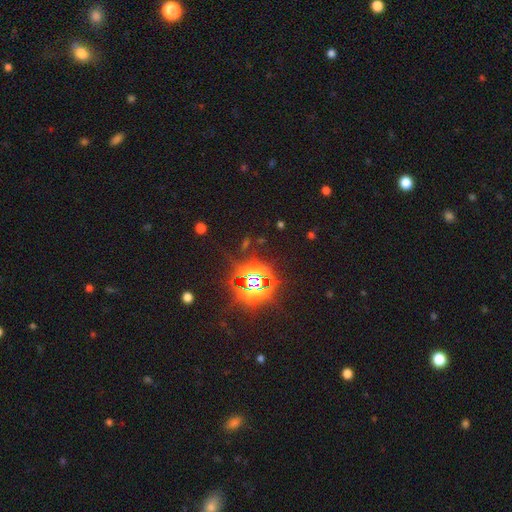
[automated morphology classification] type=star or artifact (83%).